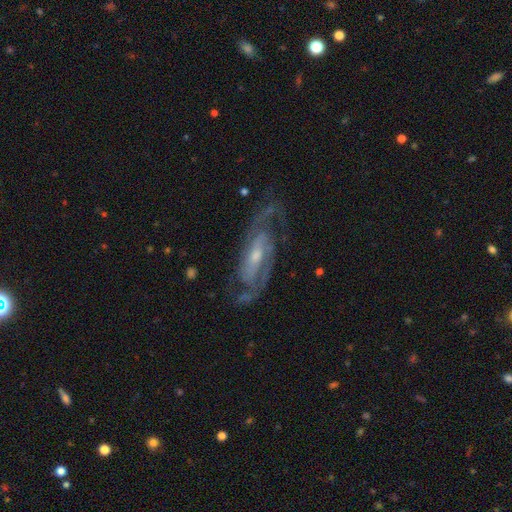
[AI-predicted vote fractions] This appears to be a featured or disk galaxy (90%) with a weak bar (41%), 2 (78%) medium (49%) spiral arms (97%) and a small central bulge (53%). Merging: none (75%).